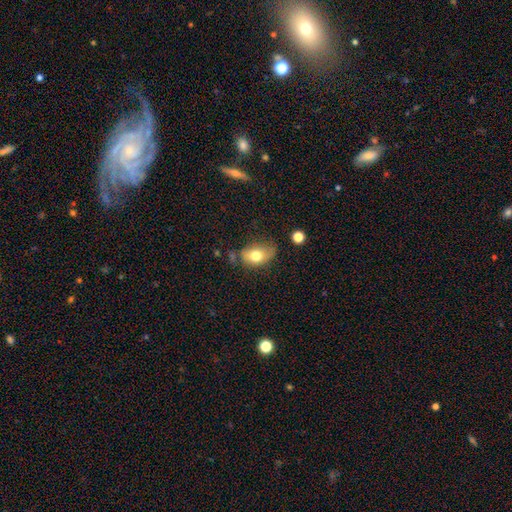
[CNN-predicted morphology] The model was most divided on "merging": none: 50%, minor disturbance: 33%, major disturbance: 11%, merger: 6%. More confident: how rounded — in between (80%); smooth or featured — smooth (73%).